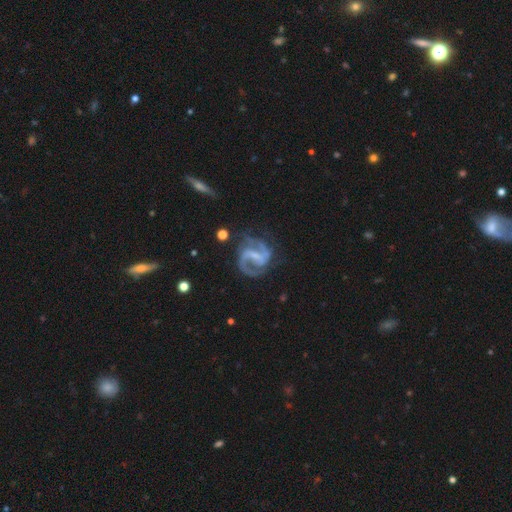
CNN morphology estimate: Smooth or featured? Predicted: featured or disk (p=0.91). Edge-on disk? Predicted: no (p=0.98). Bar? Predicted: weak (p=0.48). Spiral arms? Predicted: yes (p=0.98). Spiral winding? Predicted: medium (p=0.61). Spiral arm count? Predicted: 2 (p=0.90). Bulge size? Predicted: small (p=0.51). Merging? Predicted: none (p=0.68).